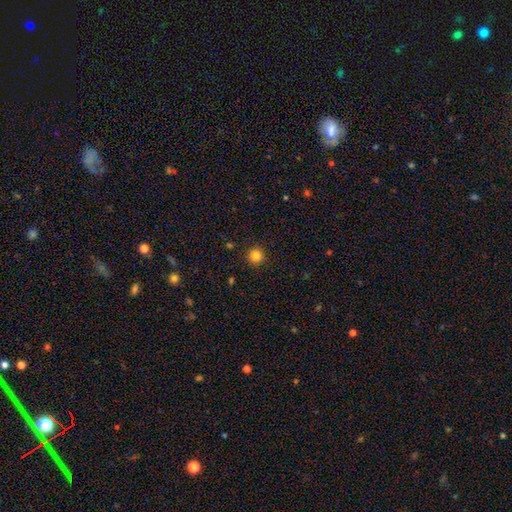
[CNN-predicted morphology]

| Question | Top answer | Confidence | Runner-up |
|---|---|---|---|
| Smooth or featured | smooth | 84% | star or artifact (12%) |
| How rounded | round | 95% | in between (5%) |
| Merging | none | 92% | minor disturbance (5%) |